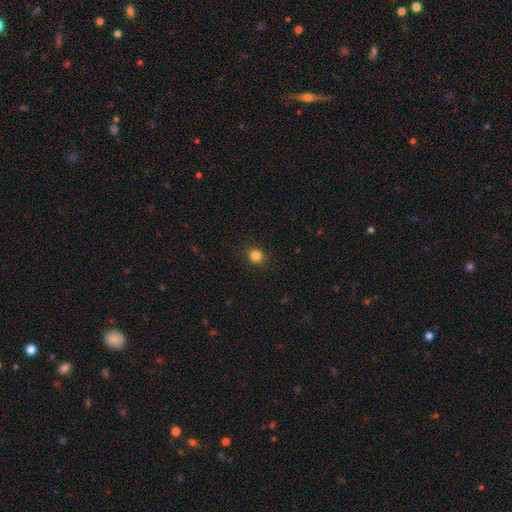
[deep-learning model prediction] A smooth galaxy with no disk features (84%) that is round (84%). Merging: none (89%).